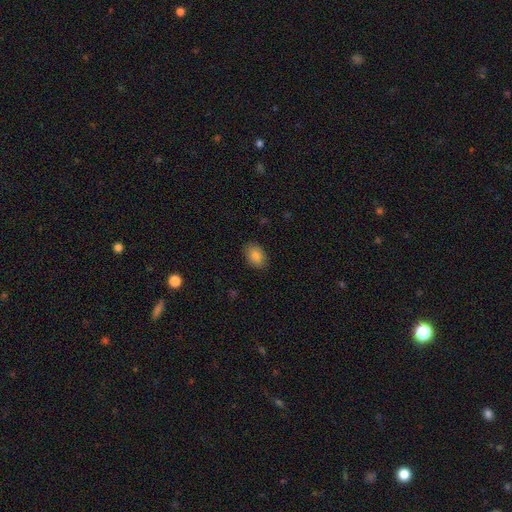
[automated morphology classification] This appears to be a smooth galaxy with no disk features (84%) that is in between round and cigar-shaped (82%). Merging: none (86%).